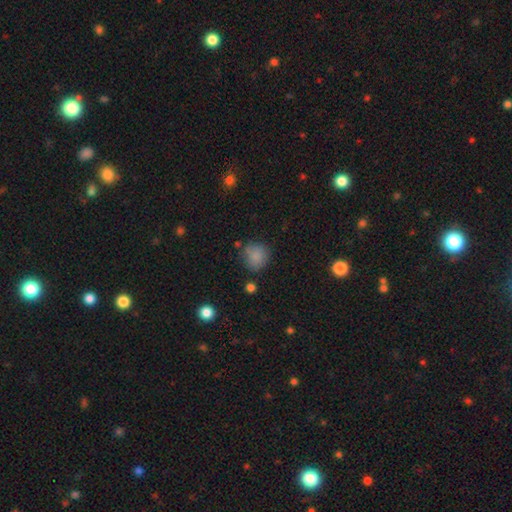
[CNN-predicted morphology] The model was most divided on "merging": none: 72%, minor disturbance: 18%, major disturbance: 5%, merger: 5%. More confident: how rounded — round (84%); smooth or featured — smooth (82%).